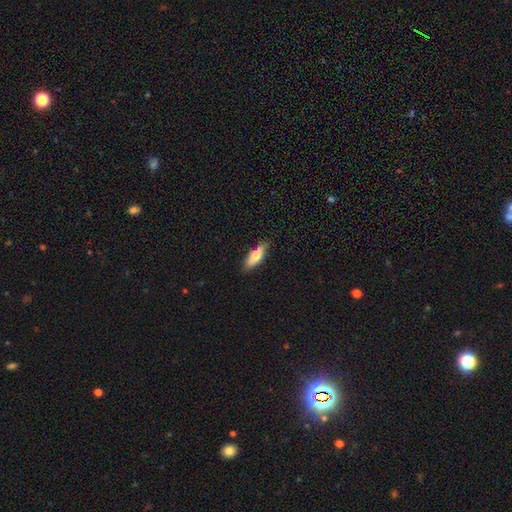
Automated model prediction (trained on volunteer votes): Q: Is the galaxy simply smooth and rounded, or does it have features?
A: smooth — 70%.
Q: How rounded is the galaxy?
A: in between — 53%.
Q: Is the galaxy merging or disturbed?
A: none — 81%.